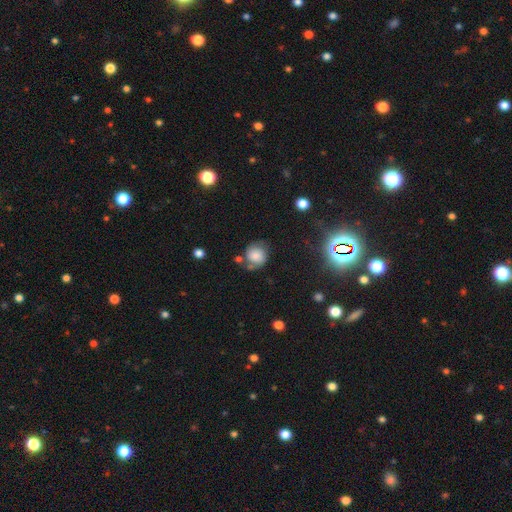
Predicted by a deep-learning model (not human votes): Morphology: type=smooth (62%); roundness=round (81%); merging=none (54%).